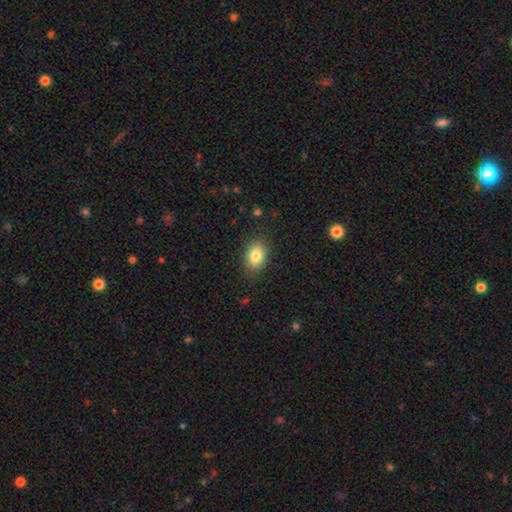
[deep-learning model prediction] Morphology: type=smooth (83%); roundness=in between (78%); merging=none (85%).